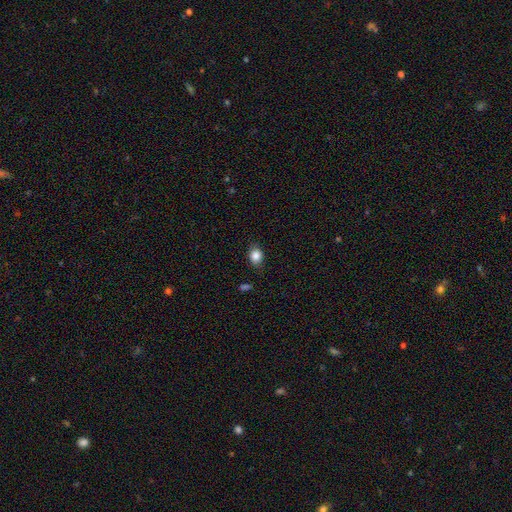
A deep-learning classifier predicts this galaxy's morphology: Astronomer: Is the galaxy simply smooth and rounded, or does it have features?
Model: smooth — 85%.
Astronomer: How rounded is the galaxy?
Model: in between — 51% (runner-up: round, 48%).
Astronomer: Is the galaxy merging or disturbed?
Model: none — 82%.